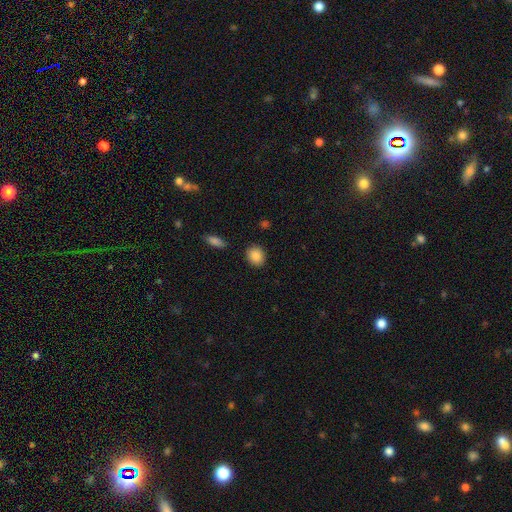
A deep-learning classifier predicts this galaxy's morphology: Smooth or featured?
  - smooth: 88% *
  - star or artifact: 8%
  - featured or disk: 4%
How rounded?
  - round: 65% *
  - in between: 33%
  - cigar-shaped: 1%
Merging?
  - none: 88% *
  - minor disturbance: 8%
  - major disturbance: 2%
  - merger: 2%